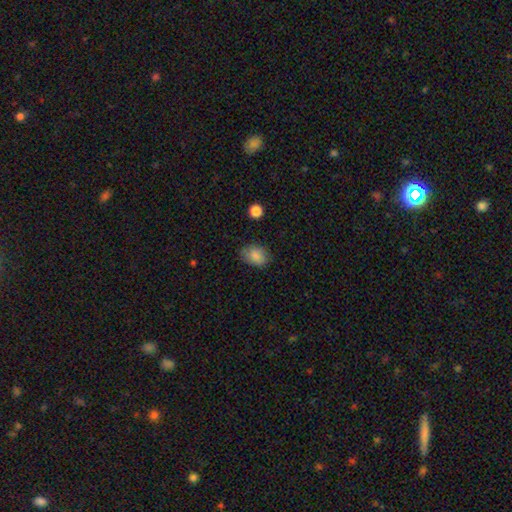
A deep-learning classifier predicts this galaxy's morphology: Overall: smooth (85%). How rounded: in between (68%; round 31%). Merging: none (76%).